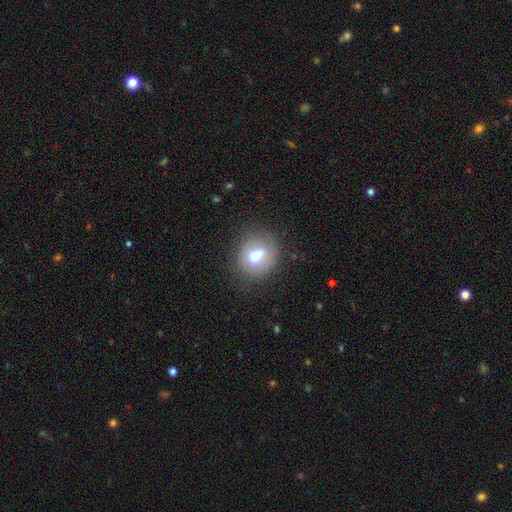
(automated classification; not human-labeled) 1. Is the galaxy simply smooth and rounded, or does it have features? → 69% smooth, 21% featured or disk, 10% star or artifact.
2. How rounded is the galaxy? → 66% round, 32% in between, 2% cigar-shaped.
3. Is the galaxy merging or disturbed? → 72% none, 16% minor disturbance, 6% merger, 6% major disturbance.